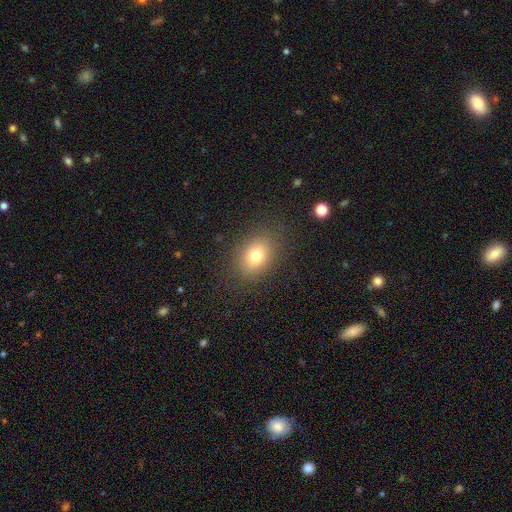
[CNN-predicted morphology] smooth-or-featured: smooth: 75% | star or artifact: 13% | featured or disk: 12%
  how-rounded: in between: 65% | round: 34% | cigar-shaped: 1%
  merging: none: 85% | minor disturbance: 10% | major disturbance: 4% | merger: 1%